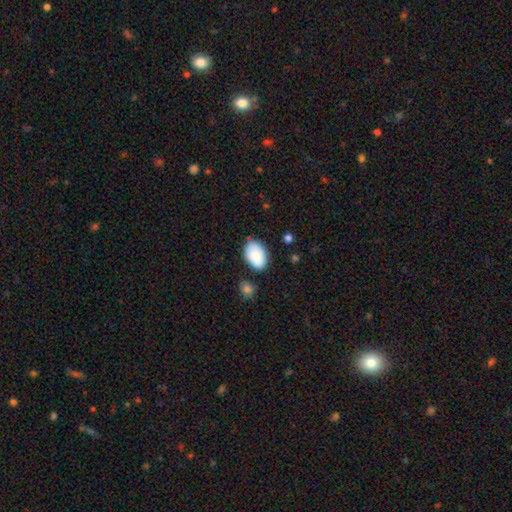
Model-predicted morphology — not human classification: The model was most divided on "merging": none: 77%, minor disturbance: 16%, merger: 4%, major disturbance: 3%. More confident: how rounded — in between (89%); smooth or featured — smooth (85%).